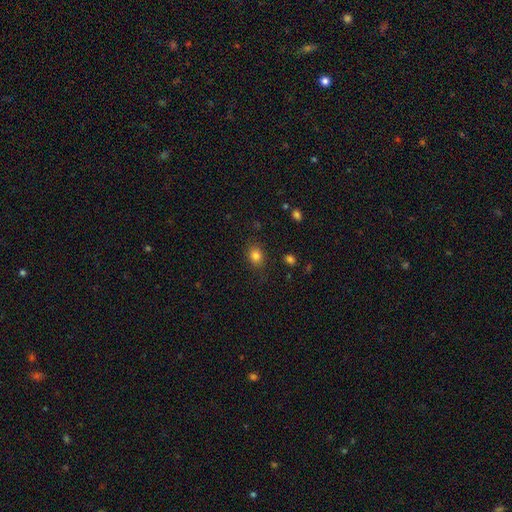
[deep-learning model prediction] The model was most divided on "how rounded": round: 51%, in between: 48%, cigar-shaped: 1%. More confident: smooth or featured — smooth (82%); merging — none (82%).